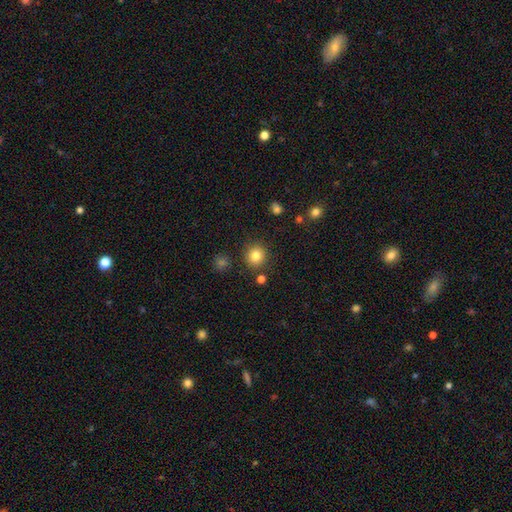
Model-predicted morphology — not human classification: Smooth or featured?
  - smooth: 83% *
  - star or artifact: 12%
  - featured or disk: 6%
How rounded?
  - round: 92% *
  - in between: 7%
  - cigar-shaped: 1%
Merging?
  - none: 88% *
  - minor disturbance: 7%
  - merger: 3%
  - major disturbance: 2%